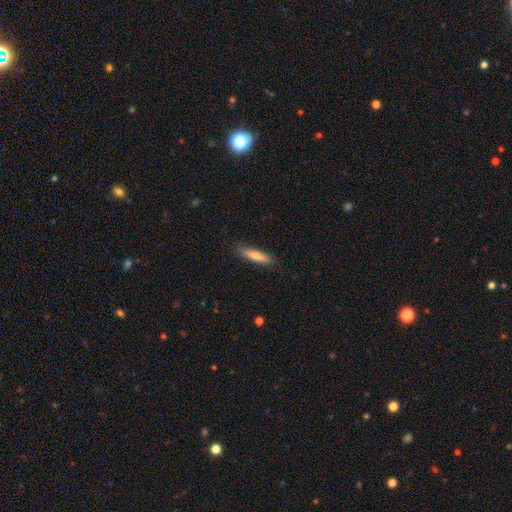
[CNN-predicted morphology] This appears to be a smooth galaxy with no disk features (76%) that is cigar-shaped (80%). Merging: none (86%).